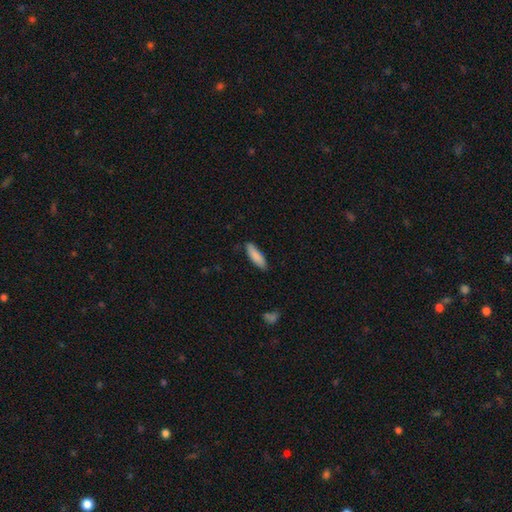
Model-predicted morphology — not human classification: smooth-or-featured: smooth: 87% | featured or disk: 7% | star or artifact: 6%
  how-rounded: cigar-shaped: 59% | in between: 40% | round: 1%
  merging: none: 84% | minor disturbance: 12% | major disturbance: 2% | merger: 1%